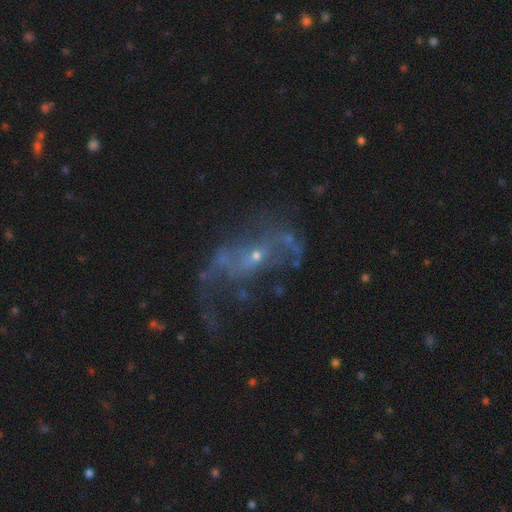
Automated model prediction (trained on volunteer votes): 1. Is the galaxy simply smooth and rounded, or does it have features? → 70% featured or disk, 17% star or artifact, 12% smooth.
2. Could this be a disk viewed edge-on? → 94% no, 6% yes.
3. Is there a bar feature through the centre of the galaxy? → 70% no, 23% weak, 7% strong.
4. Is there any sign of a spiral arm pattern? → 58% yes, 42% no.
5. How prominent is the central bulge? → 69% small, 17% moderate, 11% none, 1% large, 1% dominant.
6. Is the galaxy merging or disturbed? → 39% none, 38% major disturbance, 16% minor disturbance, 7% merger.